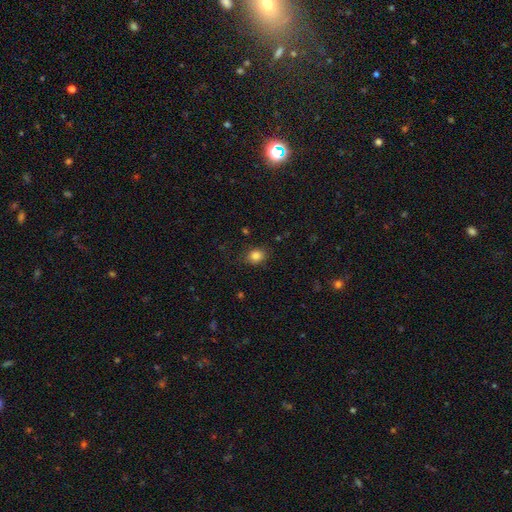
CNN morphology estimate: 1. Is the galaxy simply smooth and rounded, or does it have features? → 84% smooth, 11% star or artifact, 5% featured or disk.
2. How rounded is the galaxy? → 55% round, 44% in between, 1% cigar-shaped.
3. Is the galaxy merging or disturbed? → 81% none, 14% minor disturbance, 4% major disturbance, 1% merger.